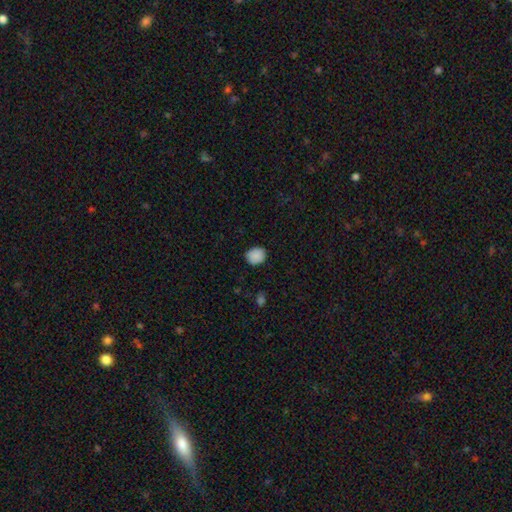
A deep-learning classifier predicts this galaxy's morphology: The model was most divided on "how rounded": round: 71%, in between: 28%, cigar-shaped: 1%. More confident: smooth or featured — smooth (88%); merging — none (84%).